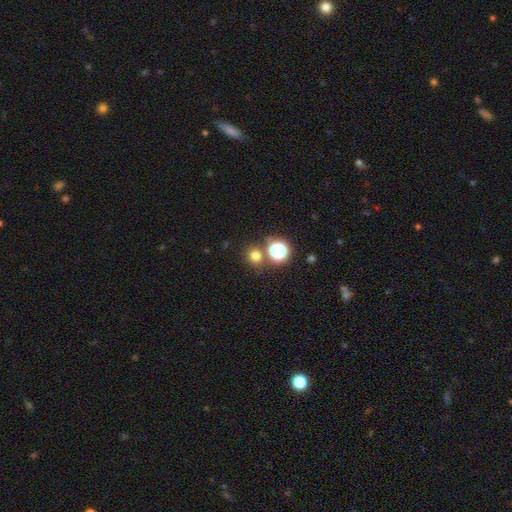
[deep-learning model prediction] The model was most divided on "smooth or featured": smooth: 72%, star or artifact: 22%, featured or disk: 6%. More confident: how rounded — round (87%); merging — none (75%).